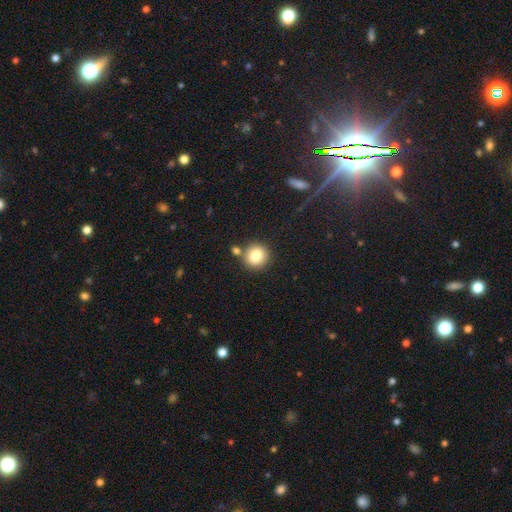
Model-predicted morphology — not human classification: A smooth galaxy with no disk features (84%) that is round (86%). Merging: none (75%).